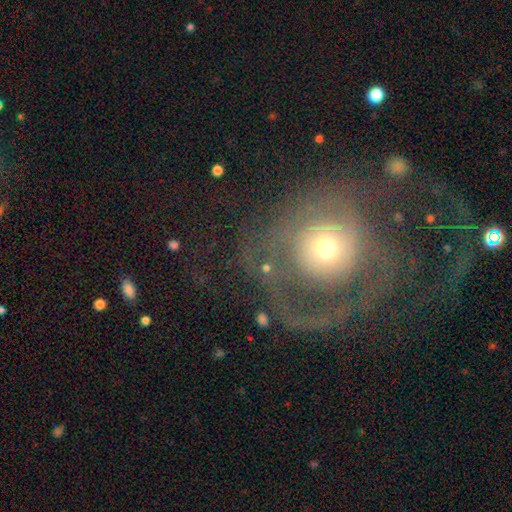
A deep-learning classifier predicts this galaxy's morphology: Smooth or featured? featured or disk (63%)
Edge-on disk? no (96%)
Bar? no (86%)
Spiral arms? yes (55%)
Bulge size? moderate (48%)
Merging? none (43%)